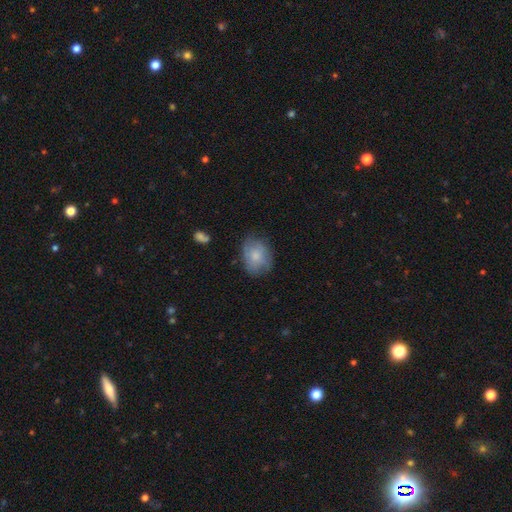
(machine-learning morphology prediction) smooth-or-featured: smooth: 70% | featured or disk: 23% | star or artifact: 7%
  how-rounded: in between: 65% | round: 34% | cigar-shaped: 1%
  merging: none: 68% | minor disturbance: 24% | major disturbance: 7% | merger: 2%